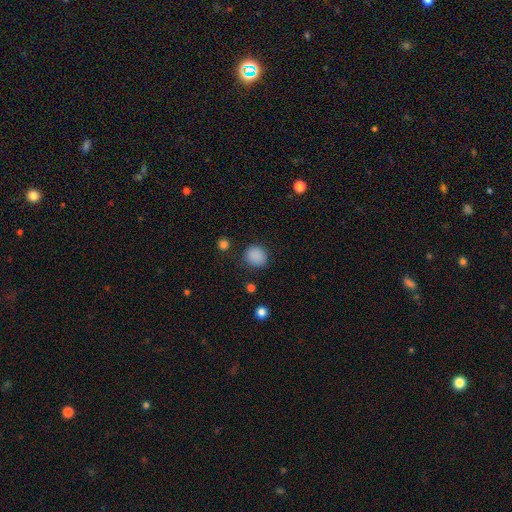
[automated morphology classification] smooth_or_featured: smooth (p=0.86) [alt: star or artifact p=0.11]
how_rounded: round (p=0.82) [alt: in between p=0.18]
merging: none (p=0.84) [alt: minor disturbance p=0.11]